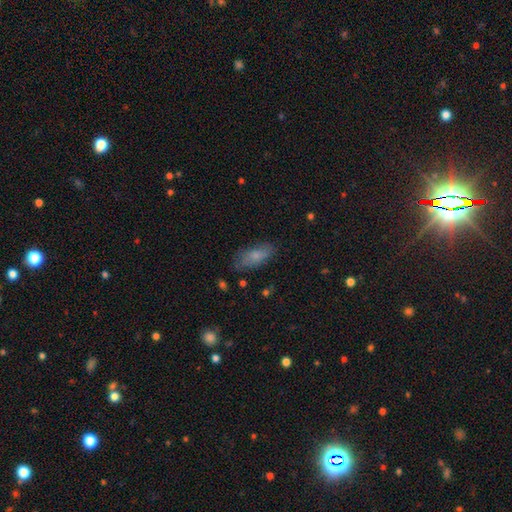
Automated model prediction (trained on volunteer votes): Q: Smooth or featured?
A: smooth (75%); runner-up: featured or disk (18%)
Q: How rounded?
A: in between (80%); runner-up: cigar-shaped (17%)
Q: Merging?
A: none (72%); runner-up: minor disturbance (20%)